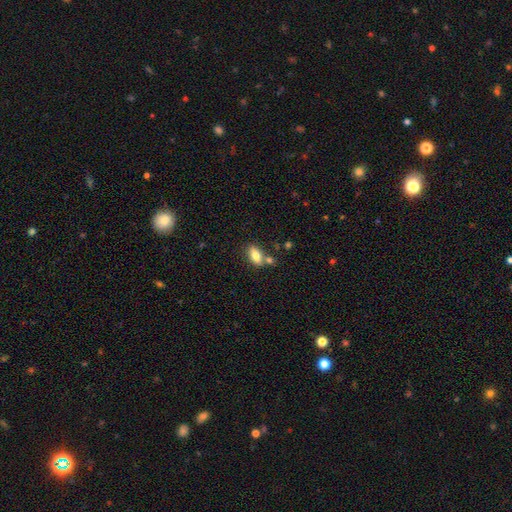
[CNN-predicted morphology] smooth 75%, featured or disk 17%, star or artifact 8%. Down the decision tree: how rounded — in between (83%); merging — none (65%).